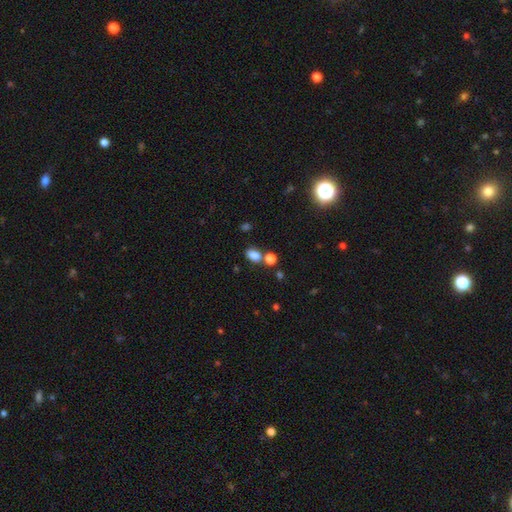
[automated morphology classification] A smooth galaxy with no disk features (81%) that is in between round and cigar-shaped (77%). Merging: none (58%).